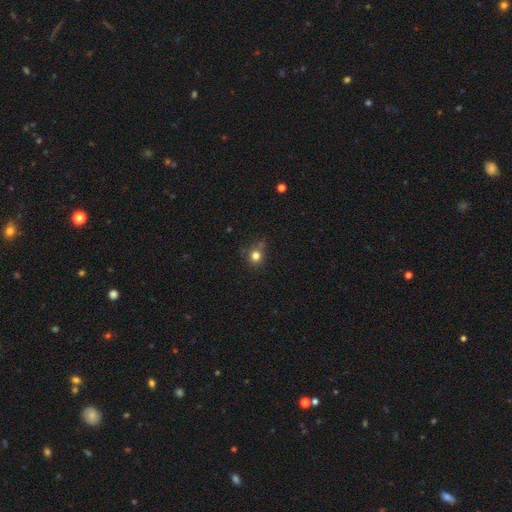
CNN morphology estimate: This appears to be a smooth galaxy with no disk features (80%) that is round (86%). Merging: none (69%).